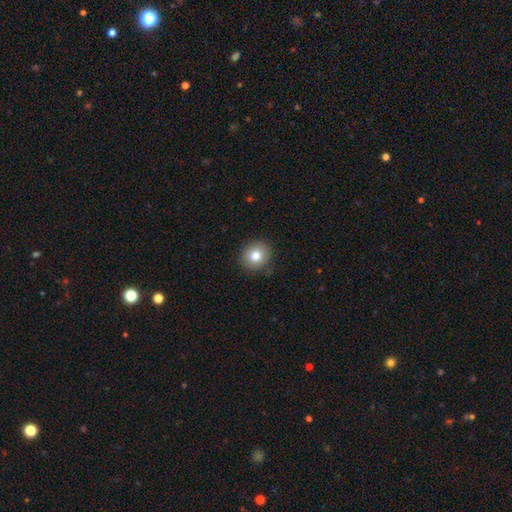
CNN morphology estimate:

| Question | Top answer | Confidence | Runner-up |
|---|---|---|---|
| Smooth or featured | smooth | 80% | star or artifact (10%) |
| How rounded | round | 82% | in between (18%) |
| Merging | none | 87% | minor disturbance (9%) |